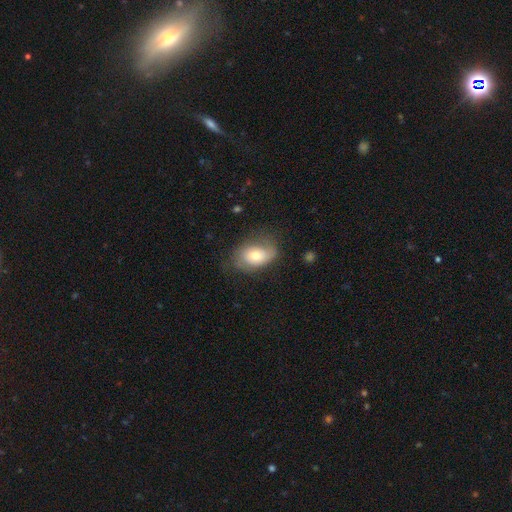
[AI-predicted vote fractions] This appears to be a smooth galaxy with no disk features (60%) that is in between round and cigar-shaped (80%). Merging: none (56%).